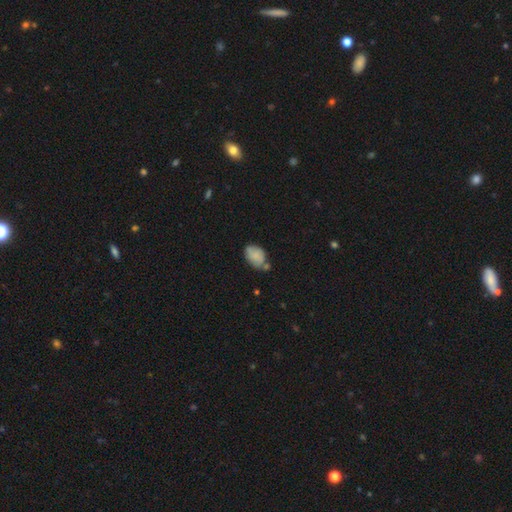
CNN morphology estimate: smooth 76%, featured or disk 16%, star or artifact 8%. Down the decision tree: how rounded — in between (86%); merging — none (49%).